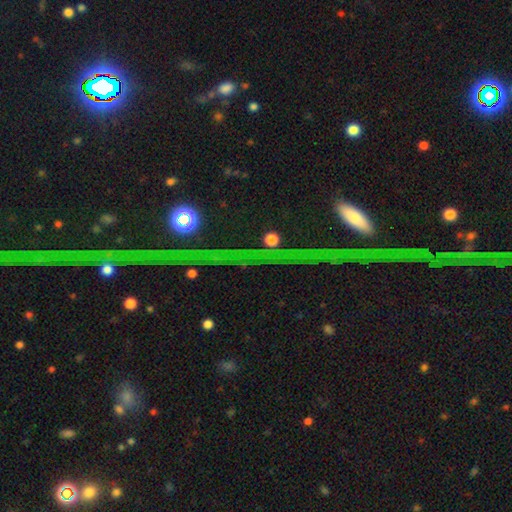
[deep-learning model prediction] Smooth or featured? star or artifact (69%)